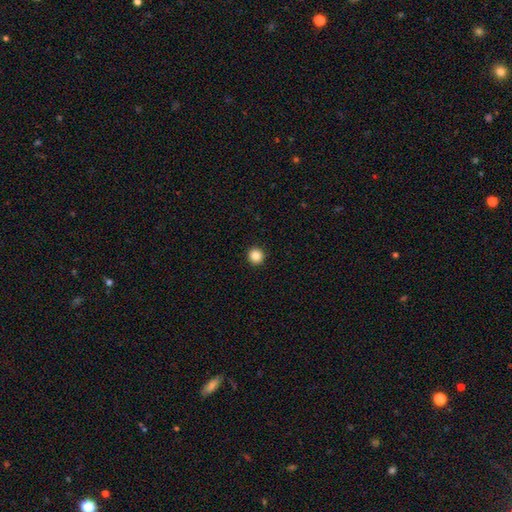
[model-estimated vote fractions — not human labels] Overall: smooth (86%). How rounded: round (94%). Merging: none (94%).